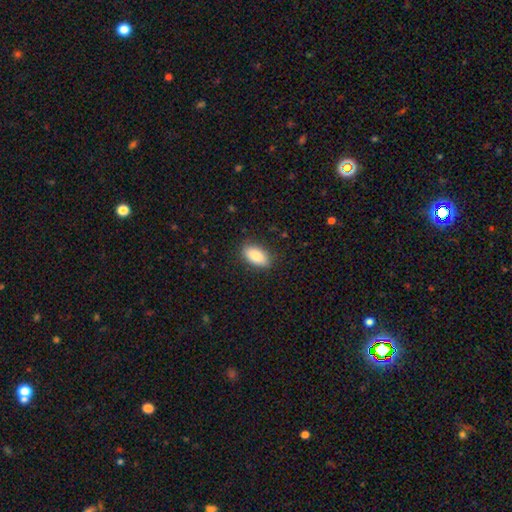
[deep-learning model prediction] smooth_or_featured: smooth (p=0.86) [alt: featured or disk p=0.08]
how_rounded: in between (p=0.91) [alt: cigar-shaped p=0.06]
merging: none (p=0.86) [alt: minor disturbance p=0.10]